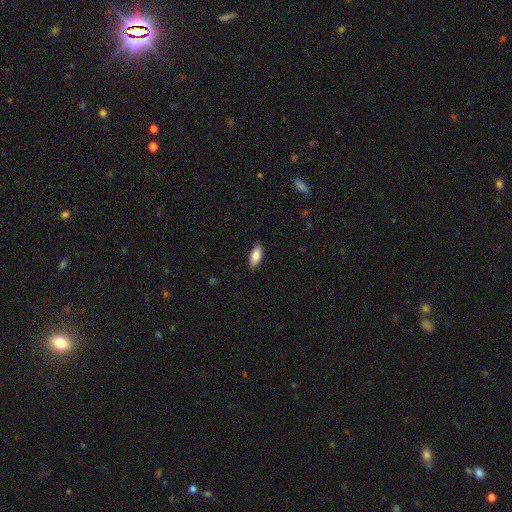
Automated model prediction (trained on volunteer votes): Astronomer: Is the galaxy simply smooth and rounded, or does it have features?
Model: smooth — 85%.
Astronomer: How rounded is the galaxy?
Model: in between — 86%.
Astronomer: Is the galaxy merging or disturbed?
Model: none — 89%.